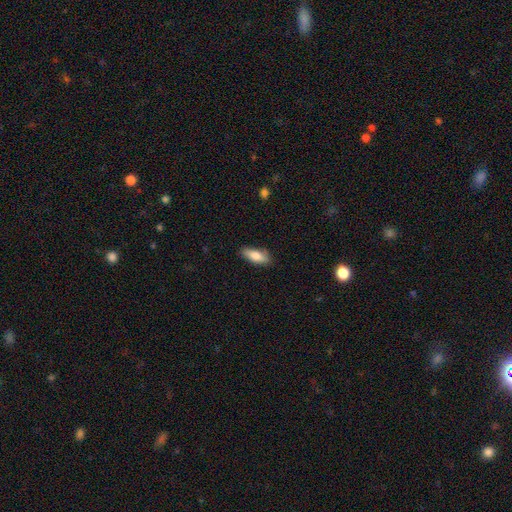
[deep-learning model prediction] Smooth or featured? smooth (80%)
How rounded? in between (71%)
Merging? none (82%)